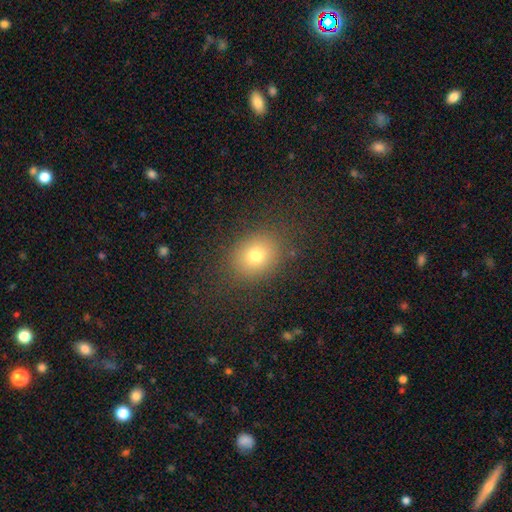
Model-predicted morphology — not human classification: Smooth or featured: smooth — 76% (star or artifact — 13%)
How rounded: round — 55% (in between — 44%)
Merging: none — 84% (minor disturbance — 10%)